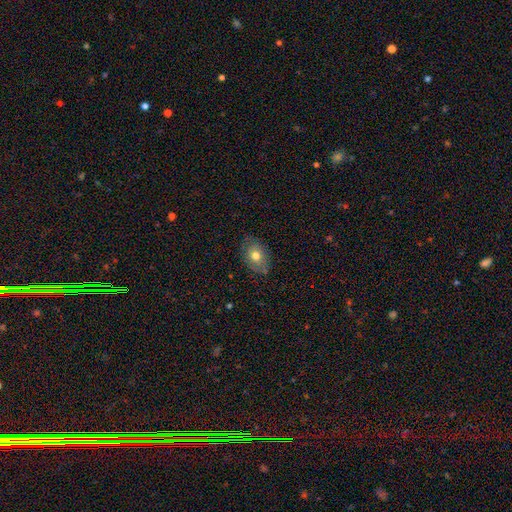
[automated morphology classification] This appears to be a smooth galaxy with no disk features (68%) that is in between round and cigar-shaped (75%). Merging: none (77%).